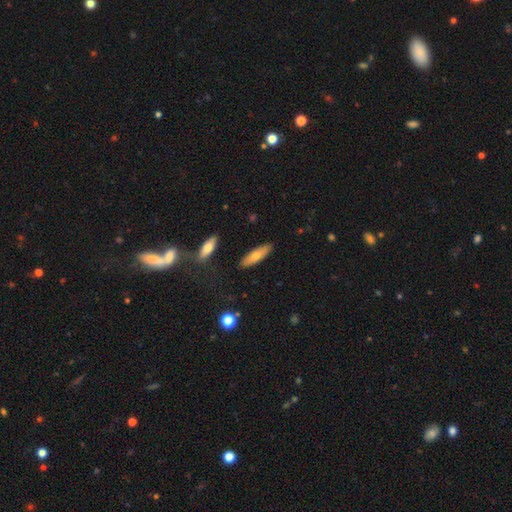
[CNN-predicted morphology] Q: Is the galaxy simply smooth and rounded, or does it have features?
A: smooth — 68%.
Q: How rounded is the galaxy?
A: cigar-shaped — 54%.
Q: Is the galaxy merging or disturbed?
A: none — 88%.